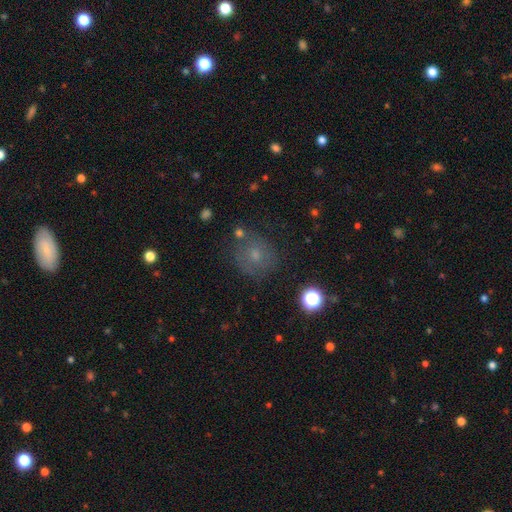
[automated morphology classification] Overall: smooth (57%; featured or disk 23%). How rounded: round (86%). Merging: none (72%).